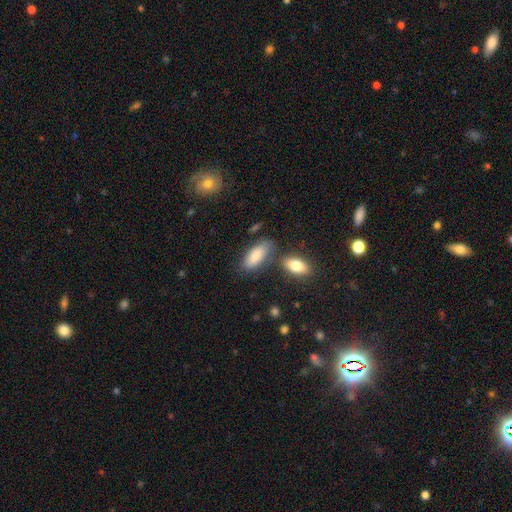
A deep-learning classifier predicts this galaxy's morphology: This appears to be a smooth galaxy with no disk features (84%) that is in between round and cigar-shaped (85%). Merging: none (66%).